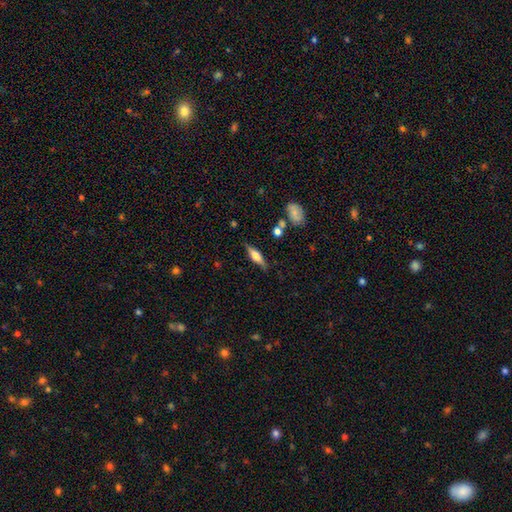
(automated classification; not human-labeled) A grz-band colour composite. It shows a featured or disk galaxy (55%) viewed edge-on (93%) with a rounded central bulge (84%). Merging: none (81%).